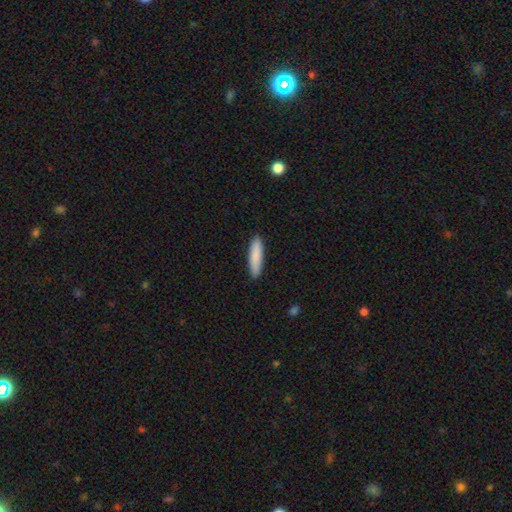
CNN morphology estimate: This appears to be a smooth galaxy with no disk features (87%) that is cigar-shaped (77%). Merging: none (90%).